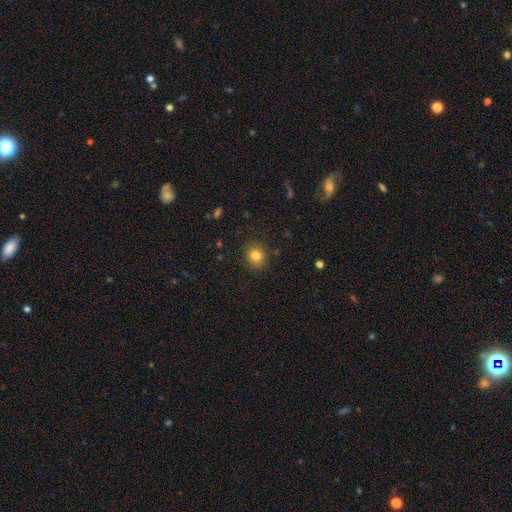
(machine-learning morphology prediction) Smooth or featured? Predicted: smooth (p=0.81). How rounded? Predicted: round (p=0.78). Merging? Predicted: none (p=0.87).